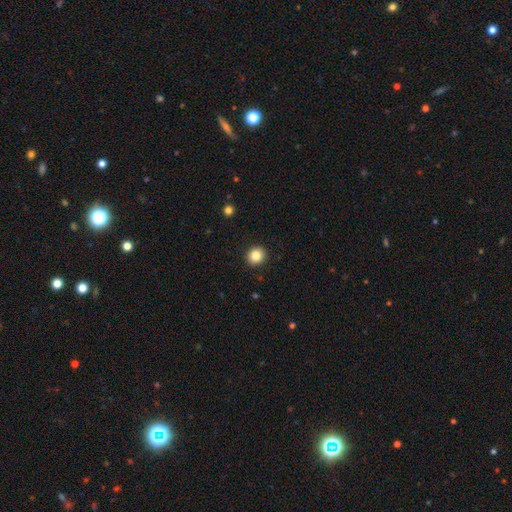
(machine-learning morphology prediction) Smooth or featured? smooth (85%)
How rounded? round (87%)
Merging? none (92%)